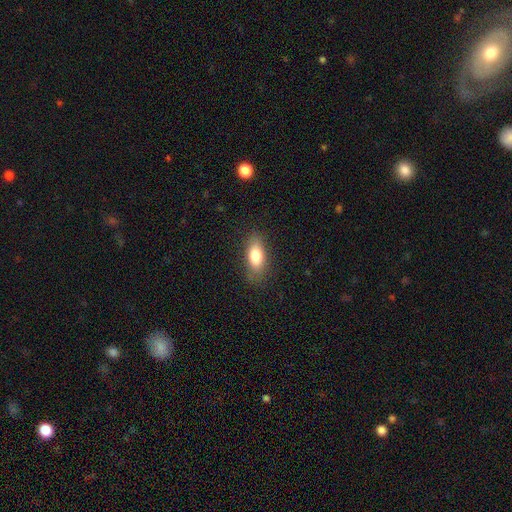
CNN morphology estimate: This appears to be a smooth galaxy with no disk features (80%) that is in between round and cigar-shaped (80%). Merging: none (81%).